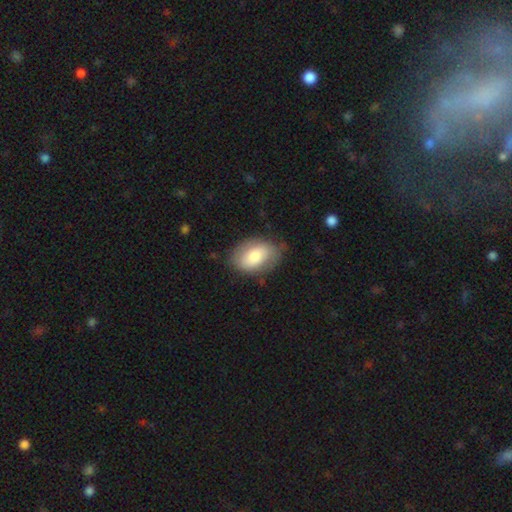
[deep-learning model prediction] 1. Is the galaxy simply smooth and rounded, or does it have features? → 73% smooth, 21% featured or disk, 6% star or artifact.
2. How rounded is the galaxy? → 87% in between, 12% round, 1% cigar-shaped.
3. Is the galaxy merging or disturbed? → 69% none, 23% minor disturbance, 7% major disturbance, 2% merger.